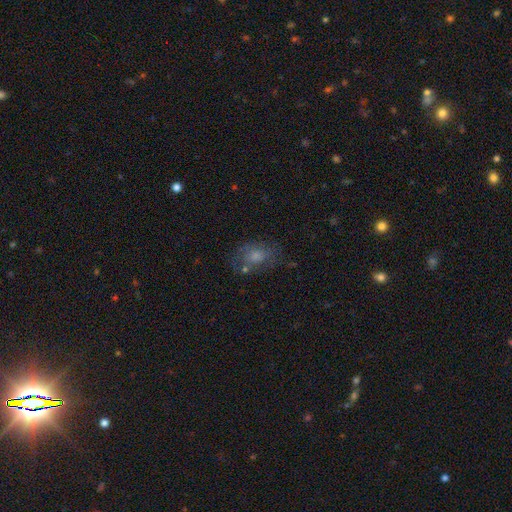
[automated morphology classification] This is marginally a smooth galaxy (45%). Merging: likely none (65%).